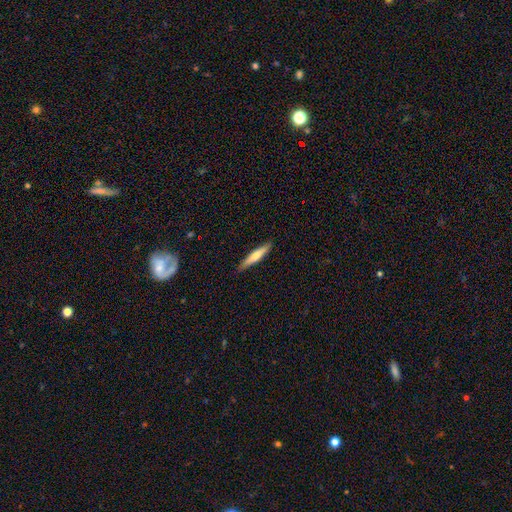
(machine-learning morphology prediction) The model was most divided on "smooth or featured": smooth: 60%, featured or disk: 34%, star or artifact: 5%. More confident: how rounded — cigar-shaped (88%); merging — none (88%).